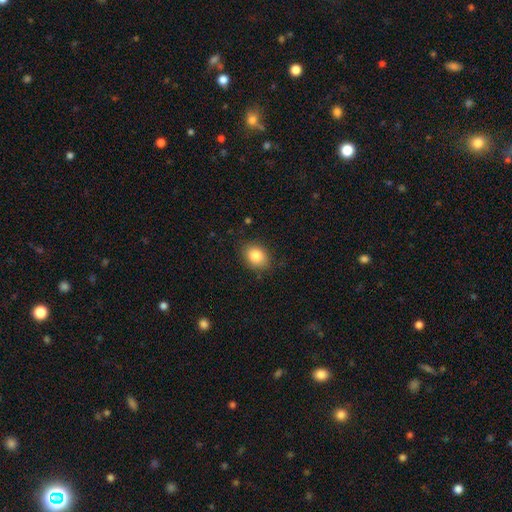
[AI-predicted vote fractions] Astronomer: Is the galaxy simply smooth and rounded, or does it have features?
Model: smooth — 84%.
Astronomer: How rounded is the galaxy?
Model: in between — 58% (runner-up: round, 41%).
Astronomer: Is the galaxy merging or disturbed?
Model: none — 82%.